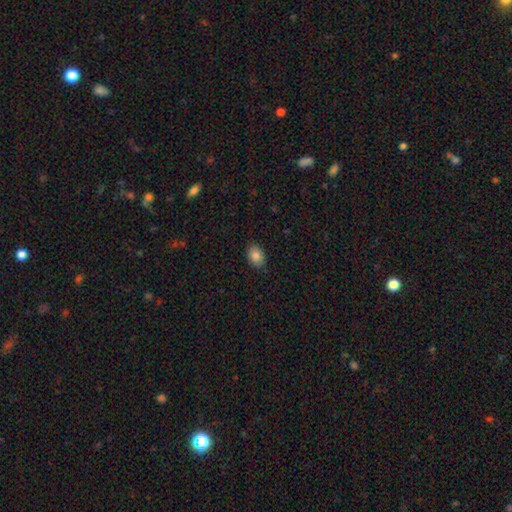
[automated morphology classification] The model was most divided on "how rounded": in between: 78%, round: 20%, cigar-shaped: 1%. More confident: merging — none (88%); smooth or featured — smooth (86%).